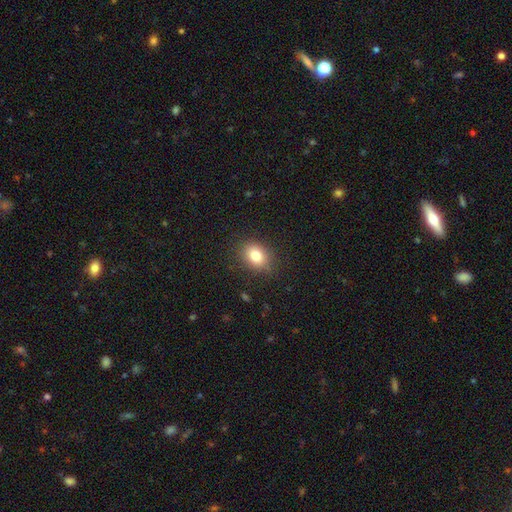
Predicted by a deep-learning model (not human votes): Smooth or featured?
  - smooth: 82% *
  - star or artifact: 10%
  - featured or disk: 8%
How rounded?
  - in between: 61% *
  - round: 38%
  - cigar-shaped: 1%
Merging?
  - none: 84% *
  - minor disturbance: 12%
  - major disturbance: 3%
  - merger: 1%